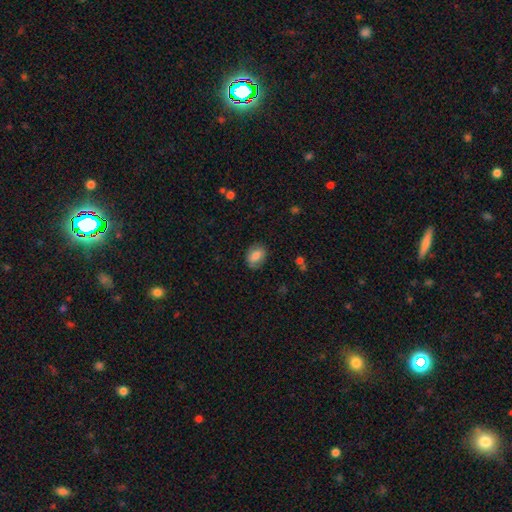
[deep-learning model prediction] Morphology: type=smooth (77%); roundness=in between (70%); merging=none (82%).